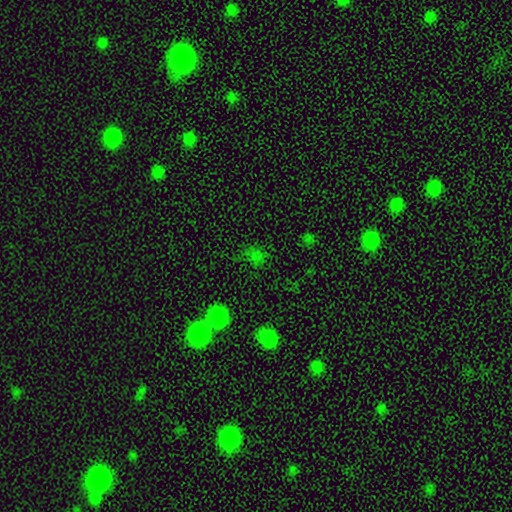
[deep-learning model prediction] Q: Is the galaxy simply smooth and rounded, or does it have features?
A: smooth — 48%.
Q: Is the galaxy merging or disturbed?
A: none — 72%.